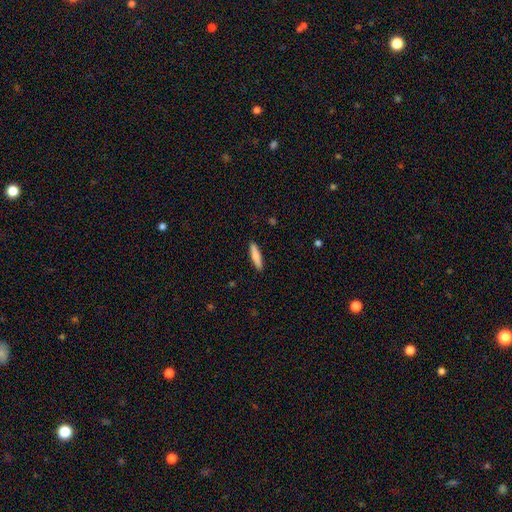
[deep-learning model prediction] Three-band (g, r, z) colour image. It shows a smooth galaxy with no disk features (81%) that is cigar-shaped (82%). Merging: none (91%).